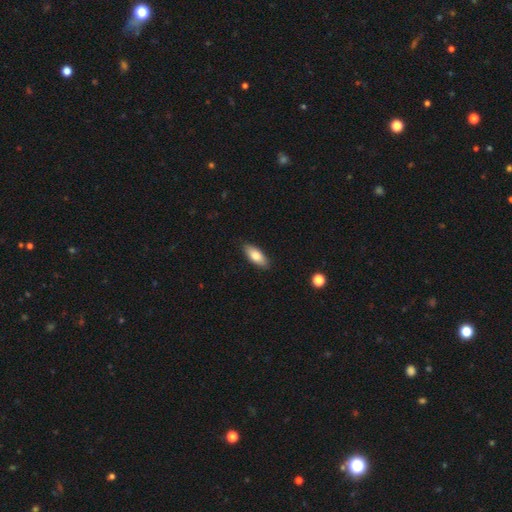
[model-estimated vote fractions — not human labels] This is likely a smooth galaxy (78%). How rounded: clearly in between (82%). Merging: clearly none (88%).